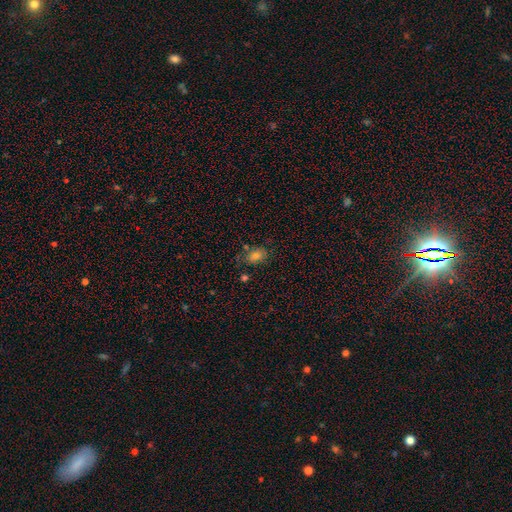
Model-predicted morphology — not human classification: This appears to be a smooth galaxy with no disk features (71%) that is in between round and cigar-shaped (73%). Merging: none (70%).